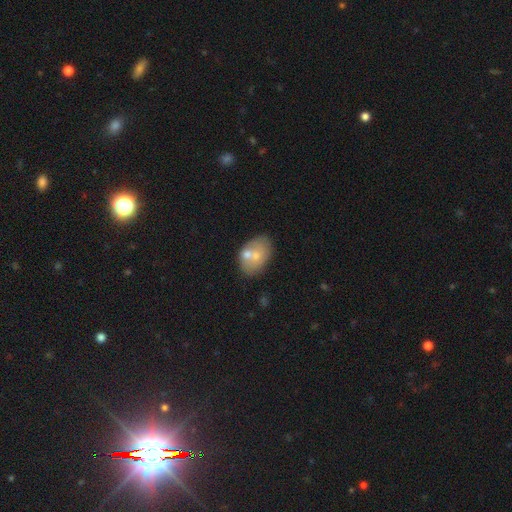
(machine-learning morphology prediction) Q: Smooth or featured?
A: smooth (60%); runner-up: featured or disk (33%)
Q: How rounded?
A: in between (83%); runner-up: round (15%)
Q: Merging?
A: none (43%); runner-up: merger (33%)